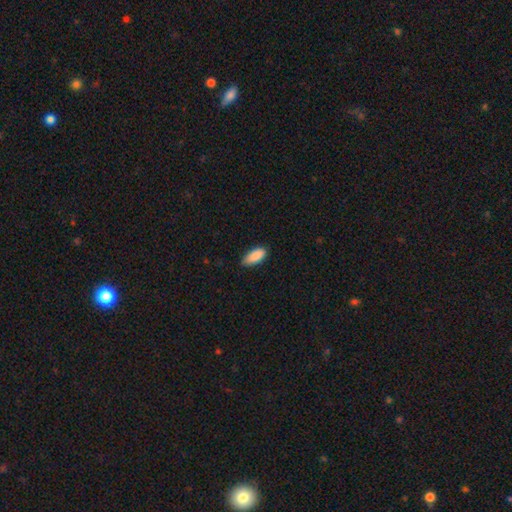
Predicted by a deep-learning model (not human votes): smooth-or-featured: smooth: 88% | star or artifact: 7% | featured or disk: 5%
  how-rounded: in between: 86% | cigar-shaped: 12% | round: 2%
  merging: none: 73% | minor disturbance: 23% | major disturbance: 3% | merger: 1%